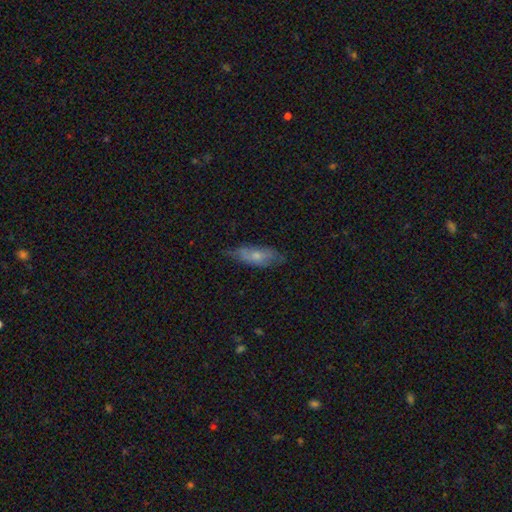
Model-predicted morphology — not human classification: The model was most divided on "smooth or featured": smooth: 58%, featured or disk: 35%, star or artifact: 7%. More confident: how rounded — in between (67%); merging — none (61%).